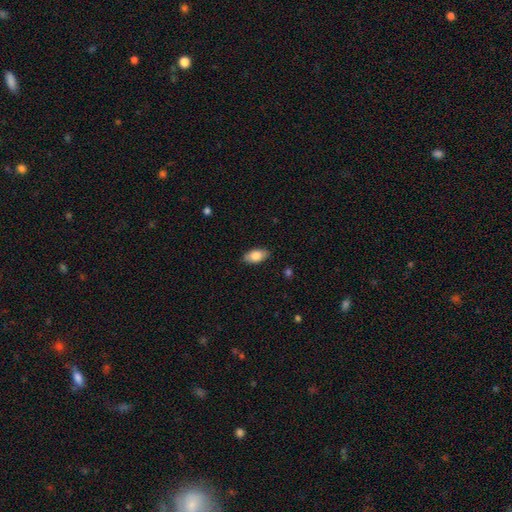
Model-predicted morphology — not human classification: Smooth or featured? Predicted: smooth (p=0.82). How rounded? Predicted: in between (p=0.92). Merging? Predicted: none (p=0.86).